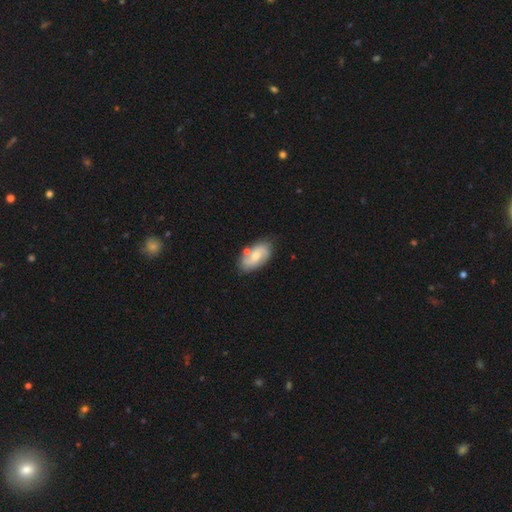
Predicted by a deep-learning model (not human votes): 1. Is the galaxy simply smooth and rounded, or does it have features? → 48% featured or disk, 46% smooth, 6% star or artifact.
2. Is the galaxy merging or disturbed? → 69% none, 17% minor disturbance, 10% merger, 4% major disturbance.